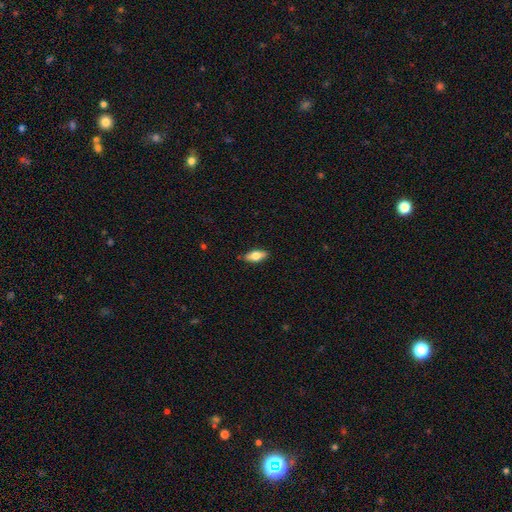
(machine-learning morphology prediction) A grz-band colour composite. It shows a smooth galaxy with no disk features (73%) that is in between round and cigar-shaped (81%). Merging: none (87%).